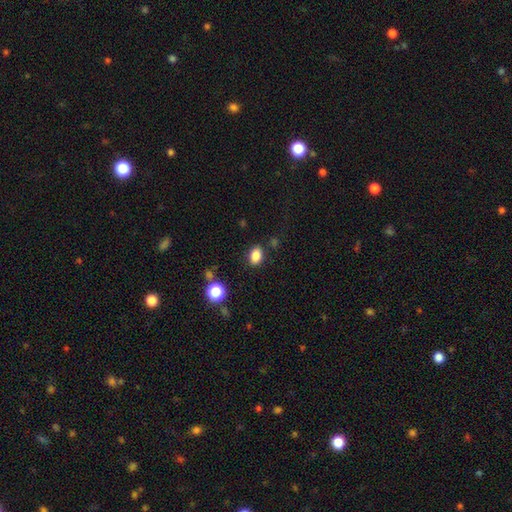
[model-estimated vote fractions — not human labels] This is clearly a smooth galaxy (85%). How rounded: likely in between (80%). Merging: clearly none (85%).